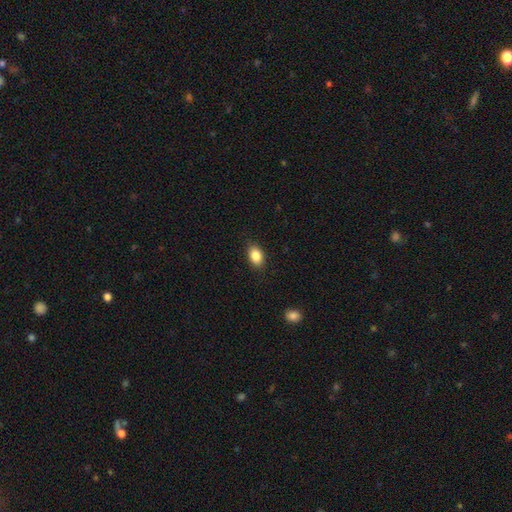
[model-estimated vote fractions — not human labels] Smooth or featured: smooth — 87% (star or artifact — 8%)
How rounded: in between — 85% (round — 13%)
Merging: none — 87% (minor disturbance — 10%)